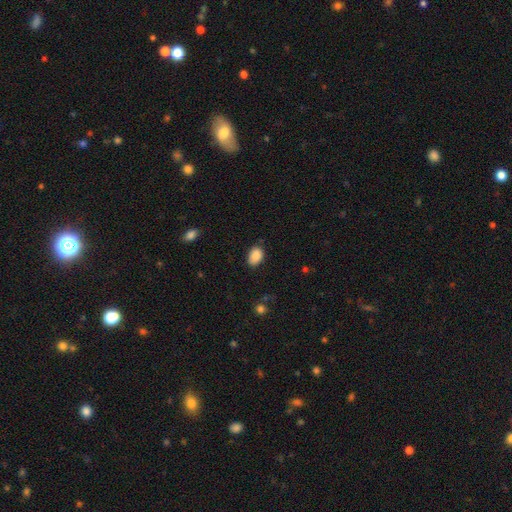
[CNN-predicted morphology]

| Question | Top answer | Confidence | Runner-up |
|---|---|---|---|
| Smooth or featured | smooth | 88% | star or artifact (8%) |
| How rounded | in between | 81% | round (18%) |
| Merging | none | 81% | minor disturbance (14%) |